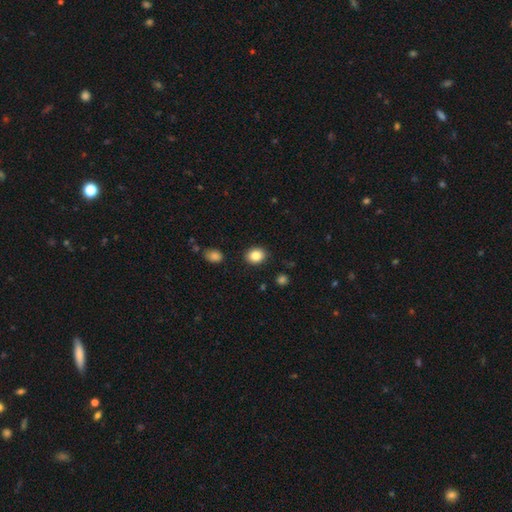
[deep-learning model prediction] The model was most divided on "how rounded": round: 51%, in between: 49%, cigar-shaped: 1%. More confident: merging — none (88%); smooth or featured — smooth (86%).